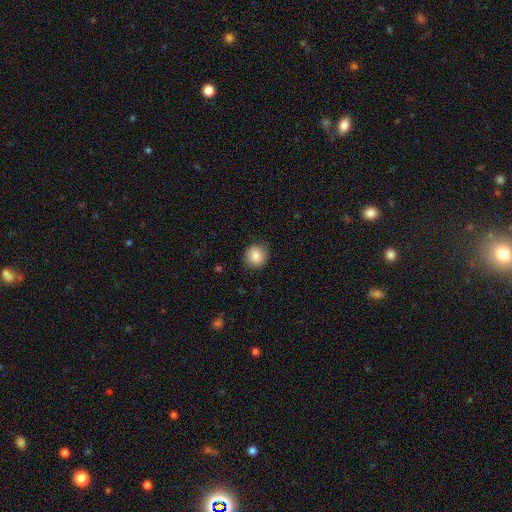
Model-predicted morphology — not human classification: A smooth galaxy with no disk features (85%) that is round (87%).

Vote fractions:
- Smooth or featured? smooth: 85% / star or artifact: 9% / featured or disk: 6%
- How rounded? round: 87% / in between: 12% / cigar-shaped: 1%
- Merging? none: 88% / minor disturbance: 9% / major disturbance: 2% / merger: 1%